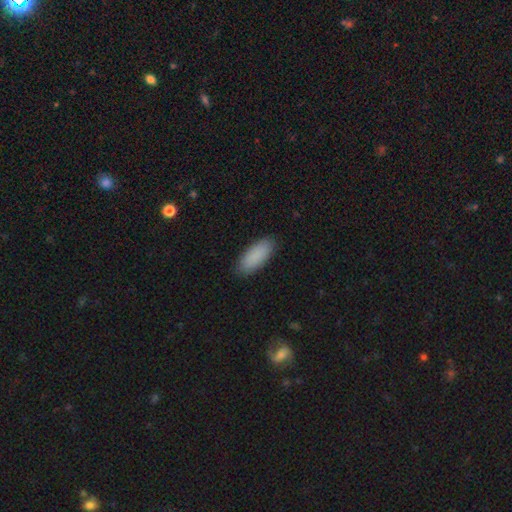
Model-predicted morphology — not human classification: A smooth galaxy with no disk features (90%) that is in between round and cigar-shaped (80%).

Vote fractions:
- Smooth or featured? smooth: 90% / star or artifact: 6% / featured or disk: 4%
- How rounded? in between: 80% / cigar-shaped: 19% / round: 2%
- Merging? none: 89% / minor disturbance: 8% / major disturbance: 2% / merger: 1%